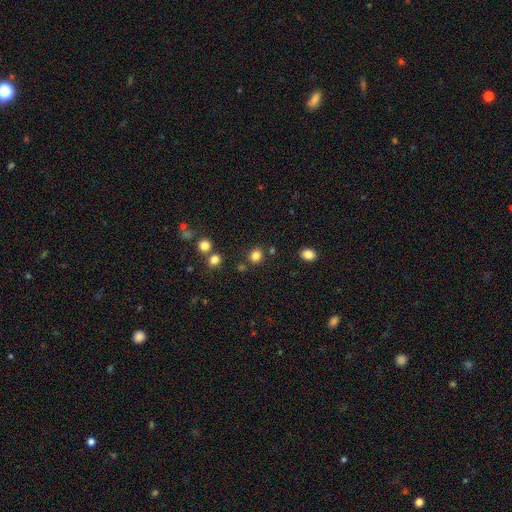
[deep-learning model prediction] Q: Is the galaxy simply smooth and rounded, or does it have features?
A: smooth — 82%.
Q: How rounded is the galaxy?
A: round — 77%.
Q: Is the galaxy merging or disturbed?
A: none — 83%.